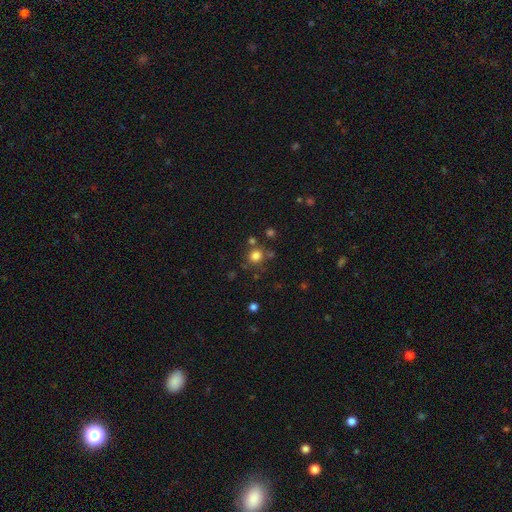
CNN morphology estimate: This appears to be a smooth galaxy with no disk features (80%) that is round (84%). Merging: none (74%).